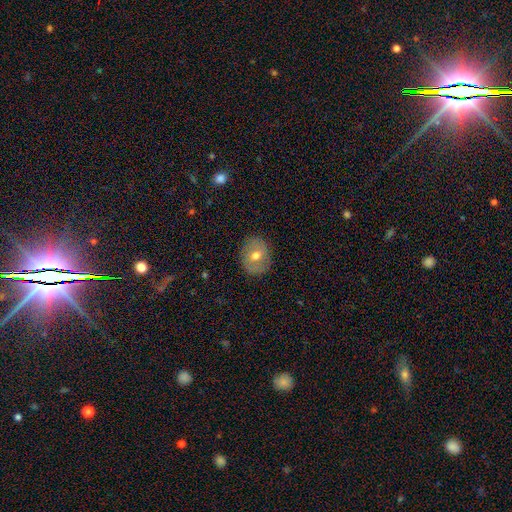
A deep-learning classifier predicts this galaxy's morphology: Smooth or featured?
  - smooth: 55% *
  - featured or disk: 36%
  - star or artifact: 9%
How rounded?
  - round: 60% *
  - in between: 38%
  - cigar-shaped: 1%
Merging?
  - none: 85% *
  - minor disturbance: 11%
  - major disturbance: 3%
  - merger: 1%